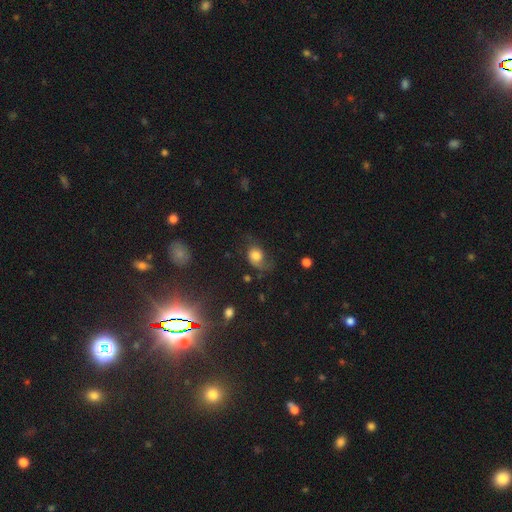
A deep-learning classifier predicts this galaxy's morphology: A smooth galaxy with no disk features (61%) that is round (51%). Merging: none (42%).